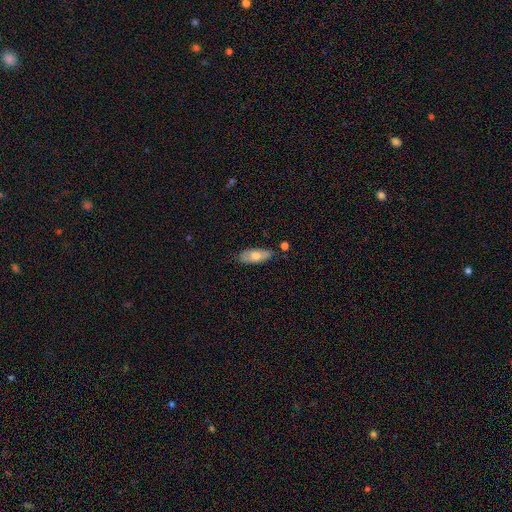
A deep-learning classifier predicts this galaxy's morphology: Smooth or featured?
  - smooth: 69% *
  - featured or disk: 25%
  - star or artifact: 6%
How rounded?
  - in between: 80% *
  - cigar-shaped: 18%
  - round: 2%
Merging?
  - none: 76% *
  - minor disturbance: 16%
  - merger: 4%
  - major disturbance: 3%